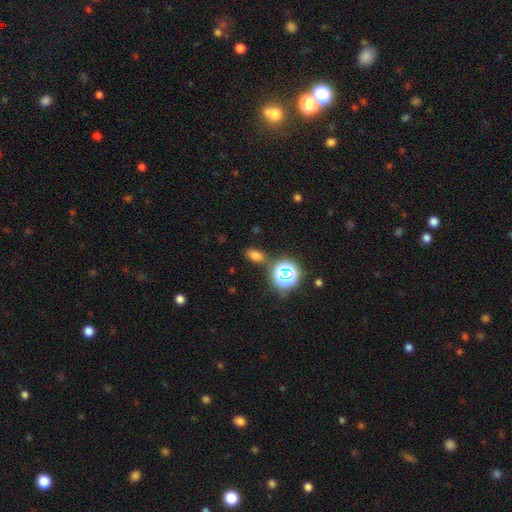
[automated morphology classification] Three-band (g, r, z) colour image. It shows a smooth galaxy with no disk features (66%) that is in between round and cigar-shaped (81%). Merging: none (77%).